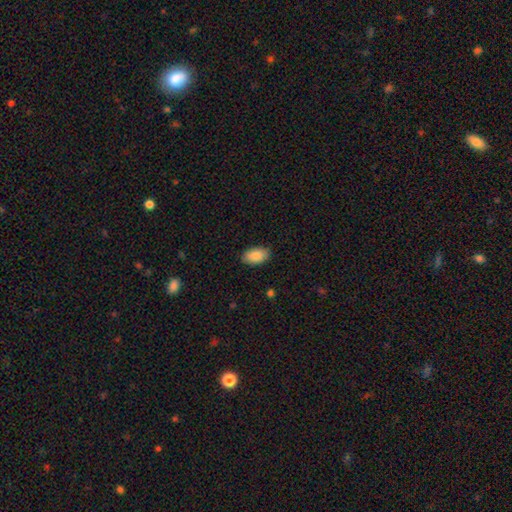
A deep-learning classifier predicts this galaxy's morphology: A smooth galaxy with no disk features (88%) that is in between round and cigar-shaped (94%). Merging: none (87%).